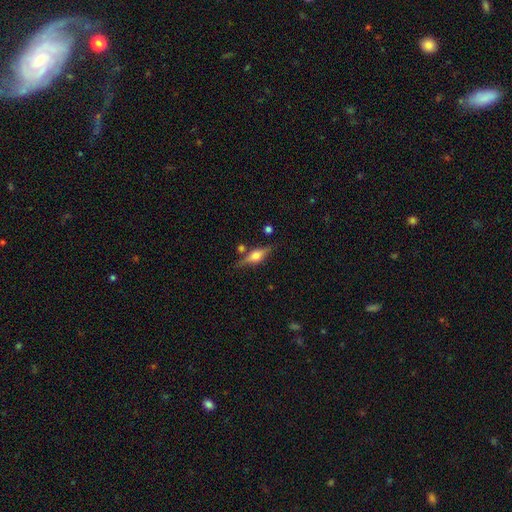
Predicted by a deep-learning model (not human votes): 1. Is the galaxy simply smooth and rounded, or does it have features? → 66% featured or disk, 27% smooth, 7% star or artifact.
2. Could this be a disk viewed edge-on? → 95% yes, 5% no.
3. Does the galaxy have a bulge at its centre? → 90% rounded, 8% boxy, 2% none.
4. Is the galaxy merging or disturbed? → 77% none, 13% minor disturbance, 6% merger, 4% major disturbance.